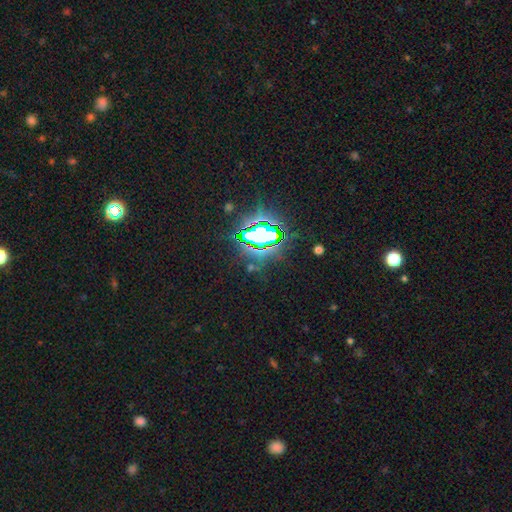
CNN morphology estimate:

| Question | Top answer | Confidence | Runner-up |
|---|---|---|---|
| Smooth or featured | star or artifact | 84% | smooth (10%) |